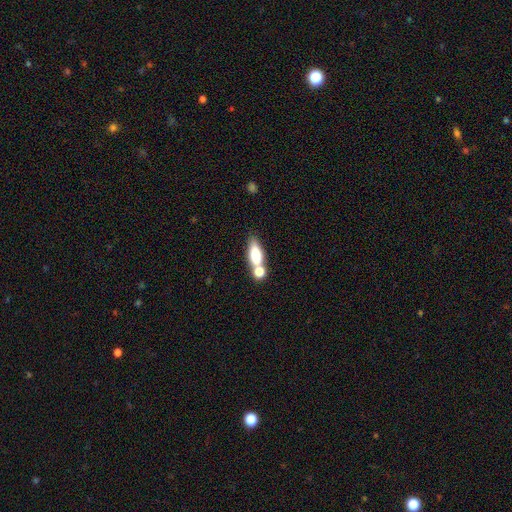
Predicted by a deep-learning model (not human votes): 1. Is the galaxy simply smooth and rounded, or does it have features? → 70% smooth, 22% featured or disk, 9% star or artifact.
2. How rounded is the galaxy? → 65% in between, 27% cigar-shaped, 8% round.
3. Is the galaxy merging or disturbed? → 44% none, 40% merger, 11% minor disturbance, 5% major disturbance.